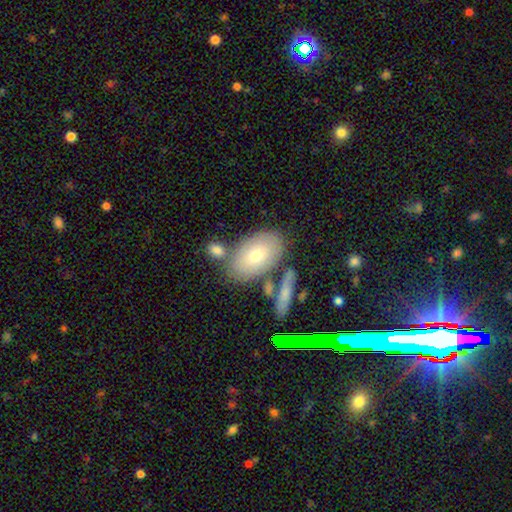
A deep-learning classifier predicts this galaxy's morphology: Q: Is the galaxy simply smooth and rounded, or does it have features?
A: smooth — 70%.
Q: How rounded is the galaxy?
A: in between — 91%.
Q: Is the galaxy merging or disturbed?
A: none — 67%.